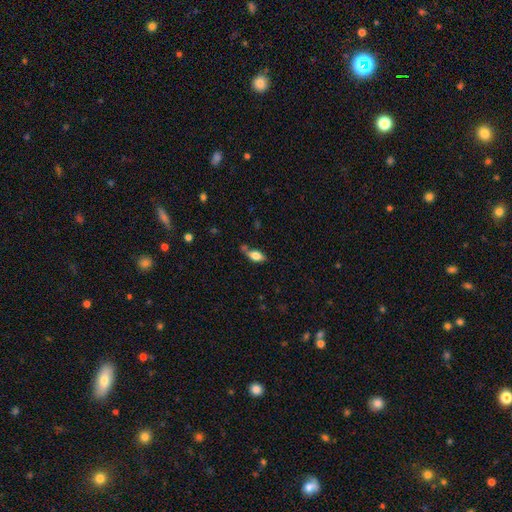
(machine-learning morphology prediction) Overall: smooth (72%). How rounded: in between (84%). Merging: none (60%; minor disturbance 23%).